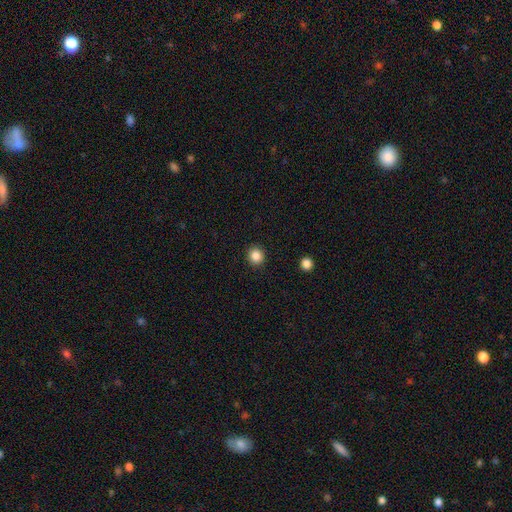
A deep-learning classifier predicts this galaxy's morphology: smooth 85%, star or artifact 11%, featured or disk 4%. Down the decision tree: how rounded — round (90%); merging — none (92%).